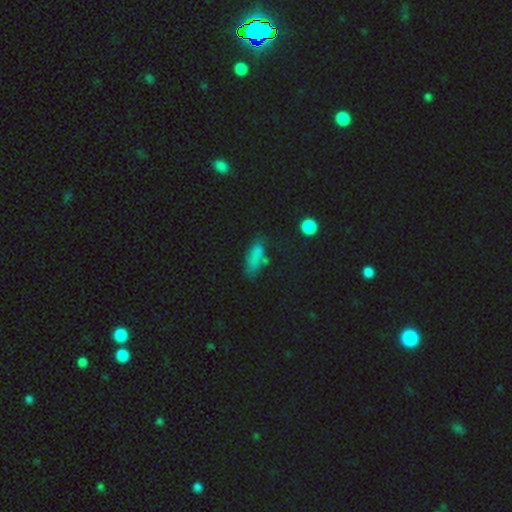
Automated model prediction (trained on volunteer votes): The model was most divided on "merging": none: 51%, minor disturbance: 26%, major disturbance: 14%, merger: 9%. More confident: smooth or featured — smooth (69%); how rounded — in between (65%).